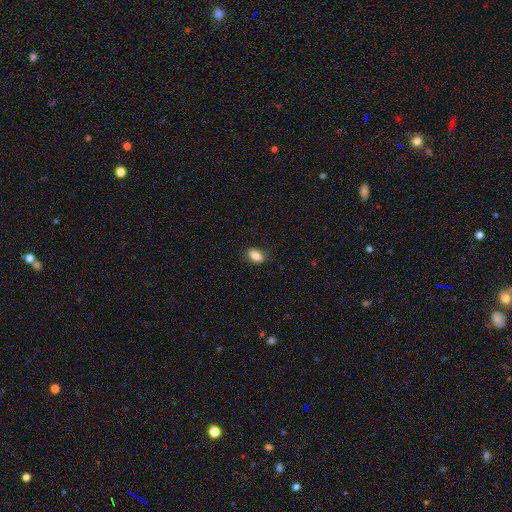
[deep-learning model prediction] A smooth galaxy with no disk features (77%) that is in between round and cigar-shaped (86%). Merging: none (77%).